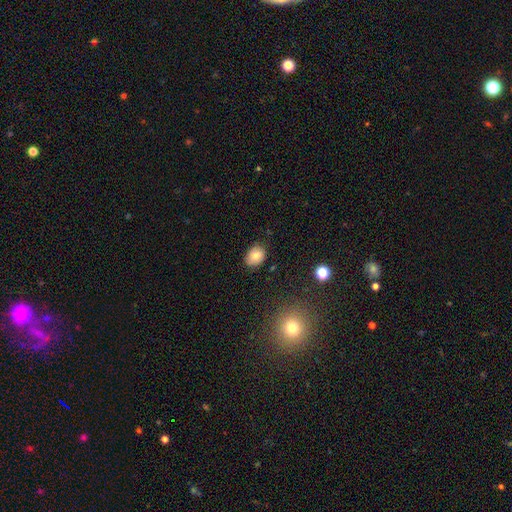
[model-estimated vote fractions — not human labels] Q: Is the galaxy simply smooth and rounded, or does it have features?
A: smooth — 78%.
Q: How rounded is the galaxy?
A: in between — 62%.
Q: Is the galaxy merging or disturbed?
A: none — 79%.